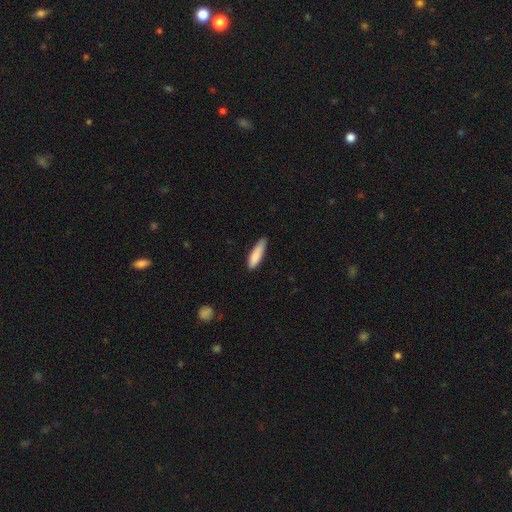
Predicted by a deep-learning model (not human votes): Smooth or featured? Predicted: smooth (p=0.86). How rounded? Predicted: cigar-shaped (p=0.66). Merging? Predicted: none (p=0.72).